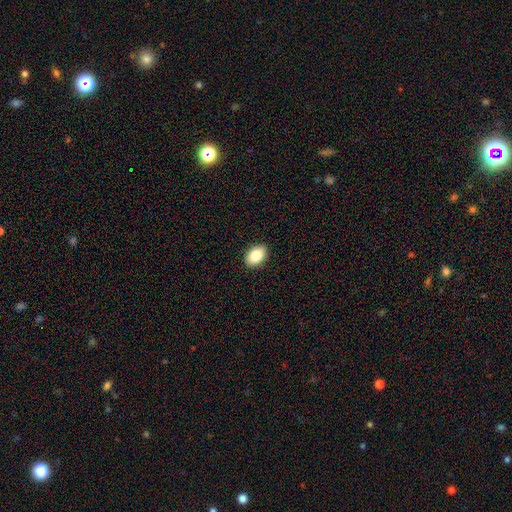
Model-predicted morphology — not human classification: This is clearly a smooth galaxy (85%). How rounded: clearly in between (87%). Merging: clearly none (91%).